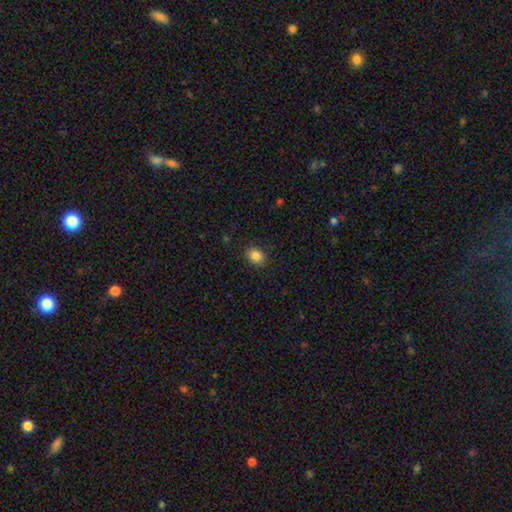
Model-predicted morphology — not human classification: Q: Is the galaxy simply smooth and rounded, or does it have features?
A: smooth — 87%.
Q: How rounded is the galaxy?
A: in between — 68%.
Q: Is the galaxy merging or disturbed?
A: none — 88%.